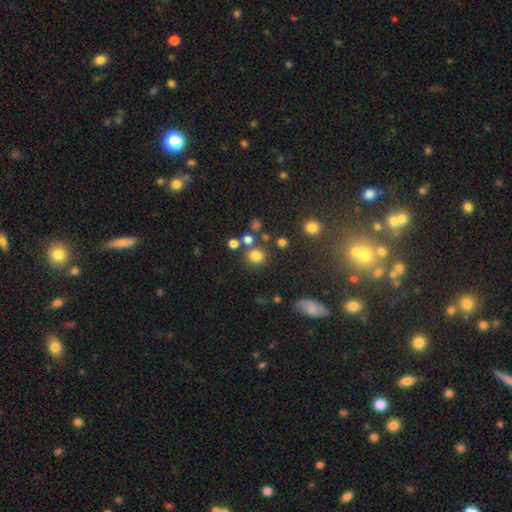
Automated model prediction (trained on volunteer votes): A smooth galaxy with no disk features (77%) that is round (78%). Merging: none (73%).